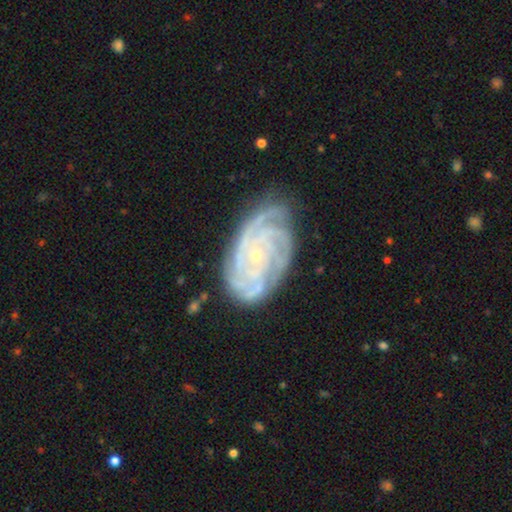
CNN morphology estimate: A featured or disk galaxy (89%) with no bar (75%), 4 (38%) tight (79%) spiral arms (98%) and a small central bulge (78%).

Vote fractions:
- Smooth or featured? featured or disk: 89% / star or artifact: 6% / smooth: 5%
- Edge-on disk? no: 97% / yes: 3%
- Bar? no: 75% / weak: 18% / strong: 7%
- Spiral arms? yes: 98% / no: 2%
- Spiral winding? tight: 79% / medium: 18% / loose: 3%
- Spiral arm count? 4: 38% / 3: 22% / more than 4: 14% / can't tell: 12% / 2: 8% / 1: 6%
- Bulge size? small: 78% / moderate: 18% / none: 1% / large: 1% / dominant: 1%
- Merging? none: 77% / minor disturbance: 17% / major disturbance: 4% / merger: 1%